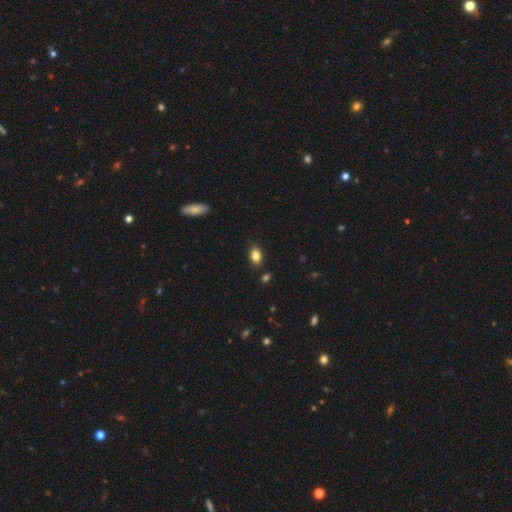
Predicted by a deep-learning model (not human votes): A smooth galaxy with no disk features (83%) that is in between round and cigar-shaped (77%). Merging: none (78%).